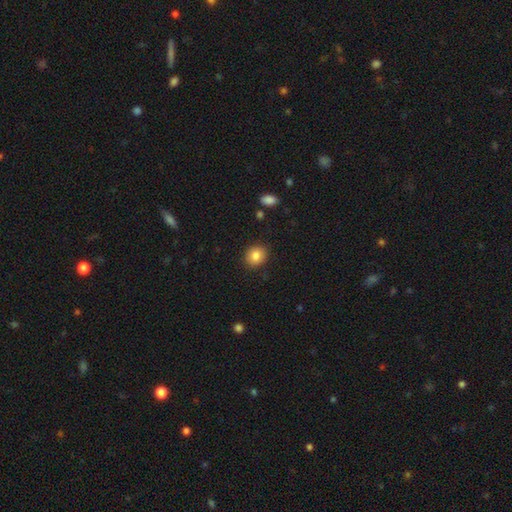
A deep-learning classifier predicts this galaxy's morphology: Smooth or featured: smooth — 85% (star or artifact — 9%)
How rounded: round — 70% (in between — 30%)
Merging: none — 88% (minor disturbance — 8%)